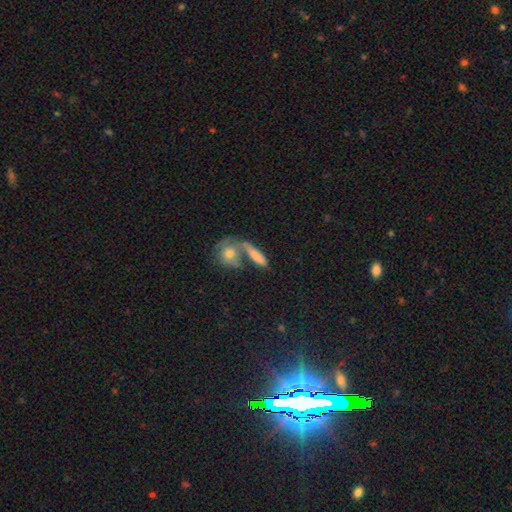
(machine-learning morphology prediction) Smooth or featured? smooth (71%)
How rounded? in between (47%)
Merging? merger (43%)